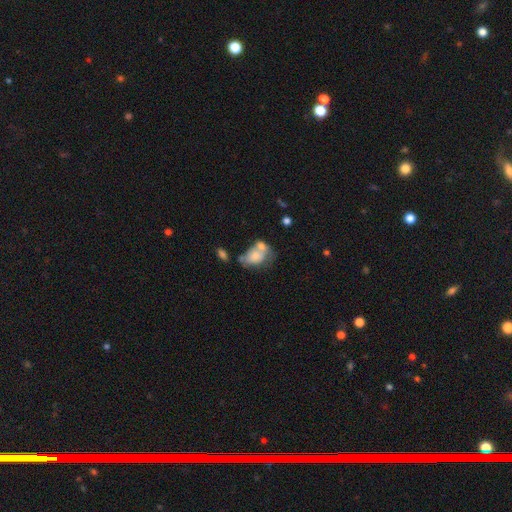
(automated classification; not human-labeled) This appears to be a smooth galaxy with no disk features (66%) that is in between round and cigar-shaped (80%). Merging: merger (46%).